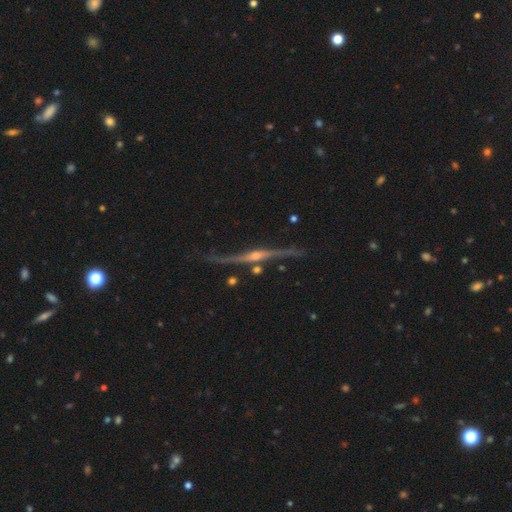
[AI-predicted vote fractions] Smooth or featured?
  - featured or disk: 87% *
  - smooth: 7%
  - star or artifact: 6%
Edge-on disk?
  - yes: 95% *
  - no: 5%
Edge-on bulge?
  - rounded: 84% *
  - none: 10%
  - boxy: 6%
Merging?
  - none: 73% *
  - minor disturbance: 17%
  - merger: 6%
  - major disturbance: 5%